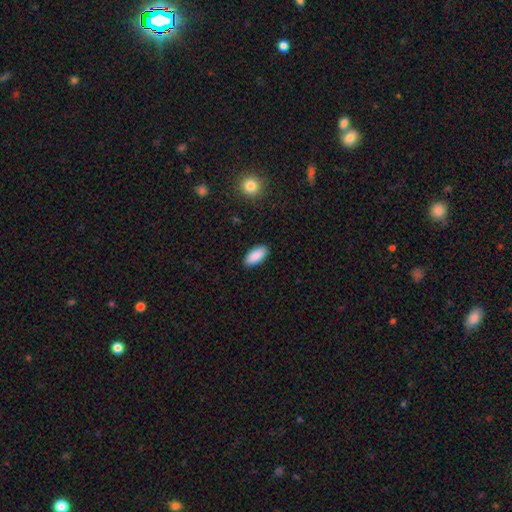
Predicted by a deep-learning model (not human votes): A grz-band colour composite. It shows a smooth galaxy with no disk features (90%) that is in between round and cigar-shaped (91%). Merging: none (89%).